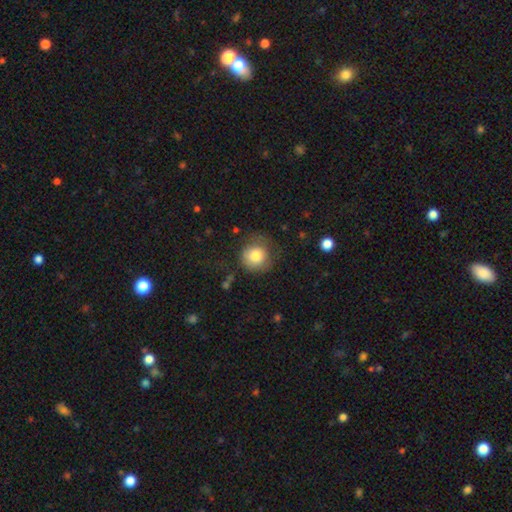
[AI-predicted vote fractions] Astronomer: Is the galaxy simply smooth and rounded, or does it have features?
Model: smooth — 80%.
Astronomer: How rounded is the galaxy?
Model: round — 89%.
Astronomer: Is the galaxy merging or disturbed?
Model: none — 62%.